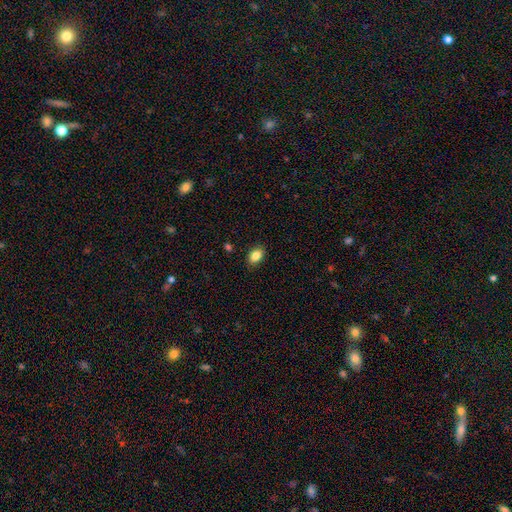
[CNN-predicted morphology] A smooth galaxy with no disk features (86%) that is in between round and cigar-shaped (83%). Merging: none (87%).